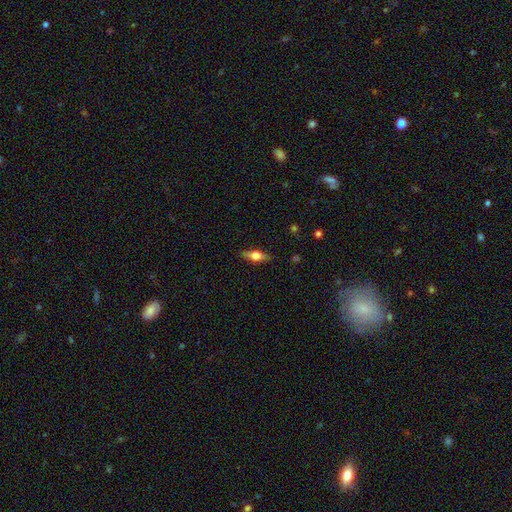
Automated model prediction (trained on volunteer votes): This appears to be a smooth galaxy with no disk features (49%). Merging: none (86%).